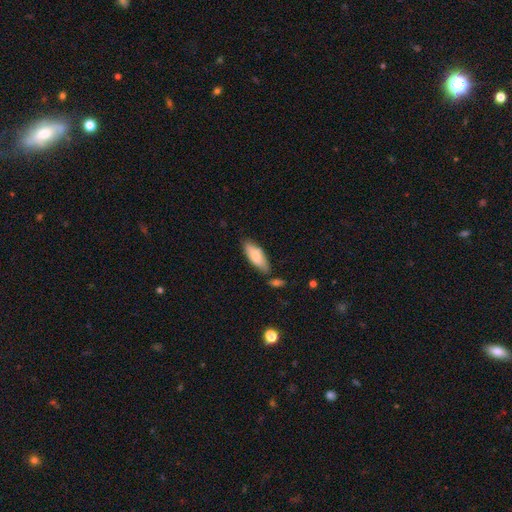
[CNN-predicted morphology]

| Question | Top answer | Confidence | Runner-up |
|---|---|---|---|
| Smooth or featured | smooth | 76% | featured or disk (18%) |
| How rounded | in between | 70% | cigar-shaped (28%) |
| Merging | none | 71% | minor disturbance (18%) |